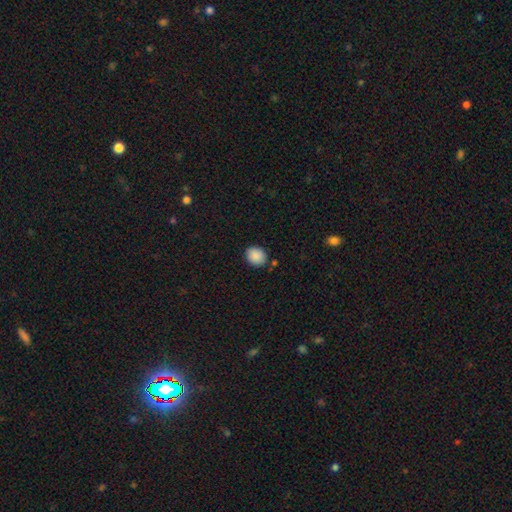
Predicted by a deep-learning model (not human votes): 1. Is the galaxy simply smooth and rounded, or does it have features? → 89% smooth, 8% star or artifact, 3% featured or disk.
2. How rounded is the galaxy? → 63% round, 36% in between, 1% cigar-shaped.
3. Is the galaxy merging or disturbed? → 84% none, 10% minor disturbance, 3% merger, 2% major disturbance.